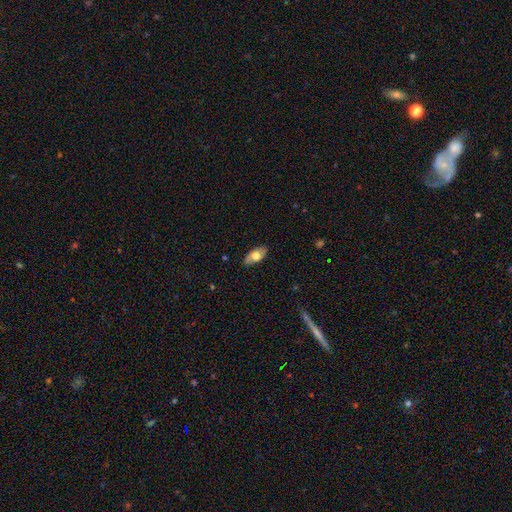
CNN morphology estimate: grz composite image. It shows a smooth galaxy with no disk features (65%) that is in between round and cigar-shaped (89%). Merging: none (83%).